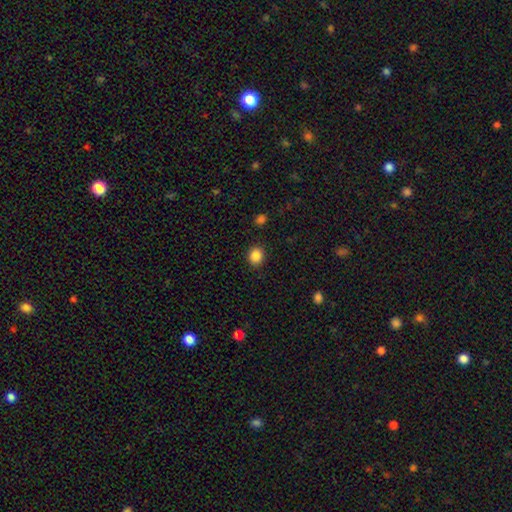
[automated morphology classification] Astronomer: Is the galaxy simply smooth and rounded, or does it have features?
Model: smooth — 87%.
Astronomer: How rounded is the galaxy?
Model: round — 74%.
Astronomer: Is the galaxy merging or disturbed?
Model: none — 89%.